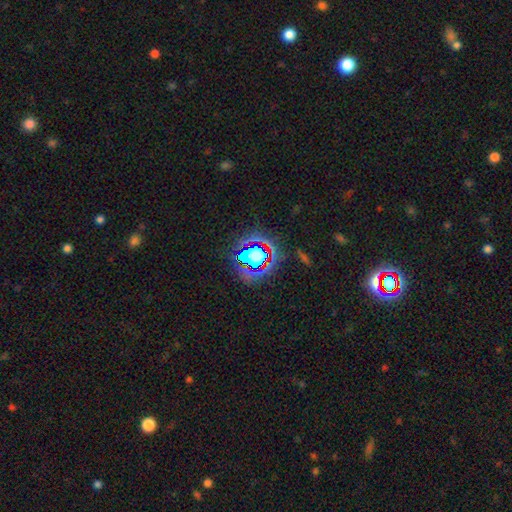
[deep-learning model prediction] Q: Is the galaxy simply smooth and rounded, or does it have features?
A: star or artifact — 57%.